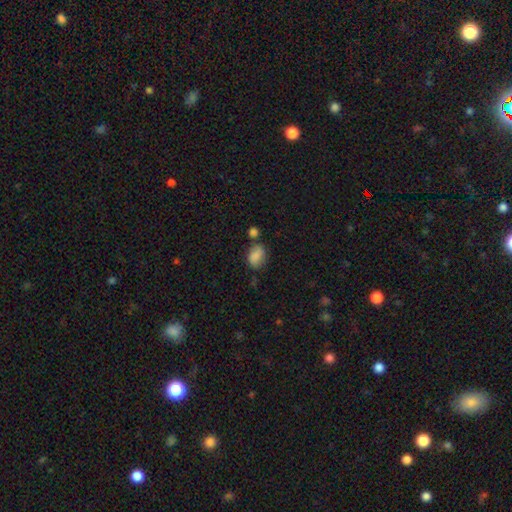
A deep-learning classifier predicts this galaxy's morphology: smooth_or_featured: smooth (p=0.81) [alt: featured or disk p=0.09]
how_rounded: in between (p=0.74) [alt: round p=0.24]
merging: none (p=0.58) [alt: minor disturbance p=0.21]